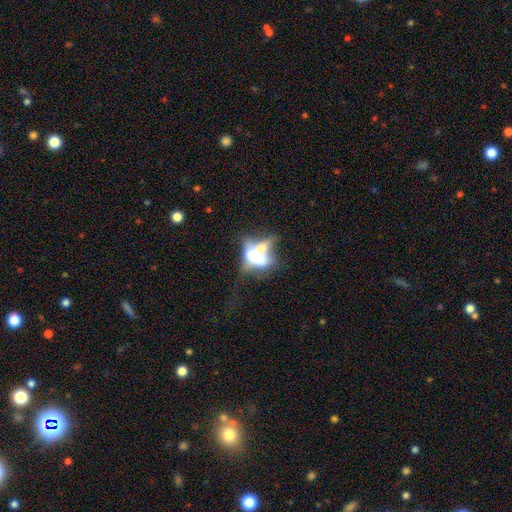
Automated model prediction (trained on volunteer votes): Smooth or featured: featured or disk — 49% (smooth — 39%)
Merging: merger — 54% (major disturbance — 21%)